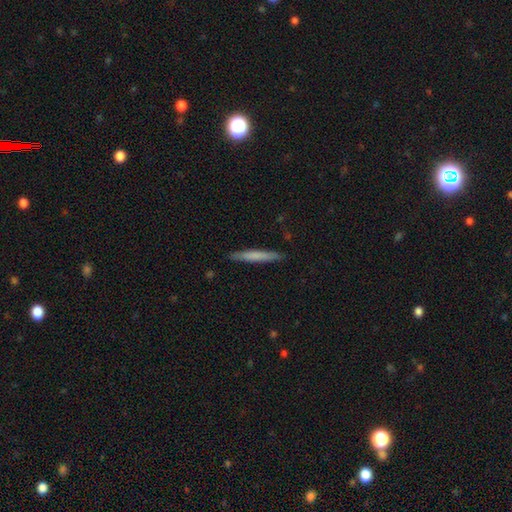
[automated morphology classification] The model was most divided on "smooth or featured": smooth: 66%, featured or disk: 28%, star or artifact: 6%. More confident: how rounded — cigar-shaped (95%); merging — none (89%).